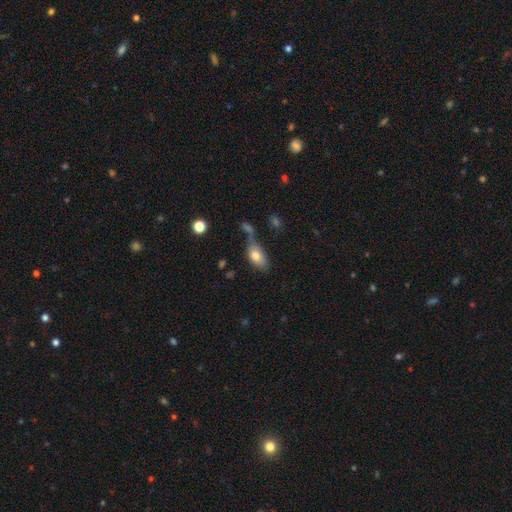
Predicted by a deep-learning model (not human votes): This is likely a smooth galaxy (78%). How rounded: clearly in between (91%). Merging: marginally none (44%).